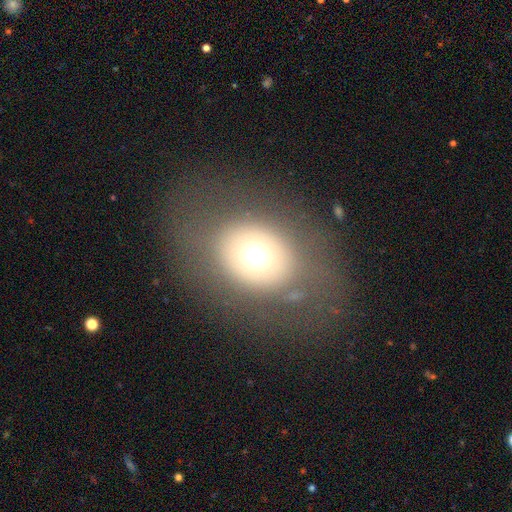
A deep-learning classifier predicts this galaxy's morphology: This is likely a smooth galaxy (63%). How rounded: possibly round (53%). Merging: likely none (76%).